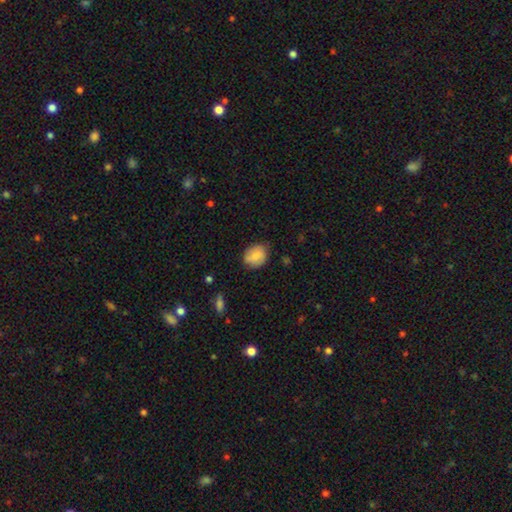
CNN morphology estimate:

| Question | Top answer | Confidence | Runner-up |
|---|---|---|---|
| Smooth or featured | smooth | 82% | featured or disk (11%) |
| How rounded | round | 53% | in between (46%) |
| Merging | none | 77% | minor disturbance (18%) |